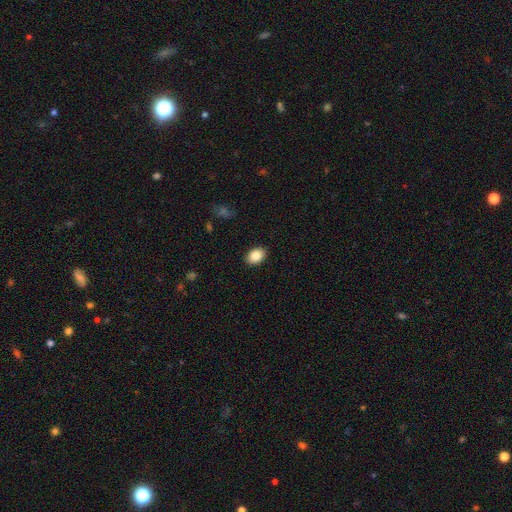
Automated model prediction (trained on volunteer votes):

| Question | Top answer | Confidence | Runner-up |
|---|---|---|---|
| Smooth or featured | smooth | 85% | star or artifact (8%) |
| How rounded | in between | 77% | round (22%) |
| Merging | none | 89% | minor disturbance (8%) |